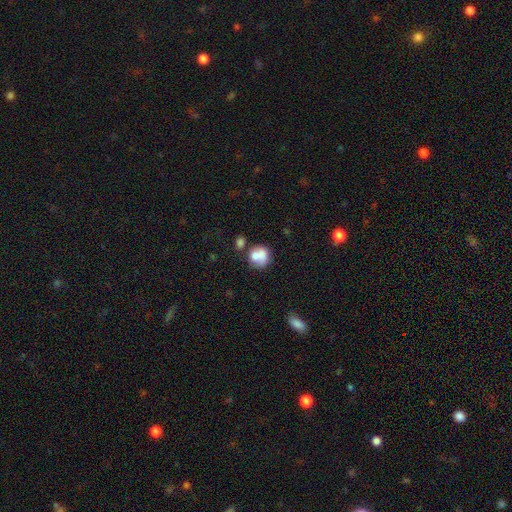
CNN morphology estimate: smooth_or_featured: smooth (p=0.71) [alt: featured or disk p=0.19]
how_rounded: round (p=0.72) [alt: in between p=0.27]
merging: merger (p=0.38) [alt: none p=0.37]